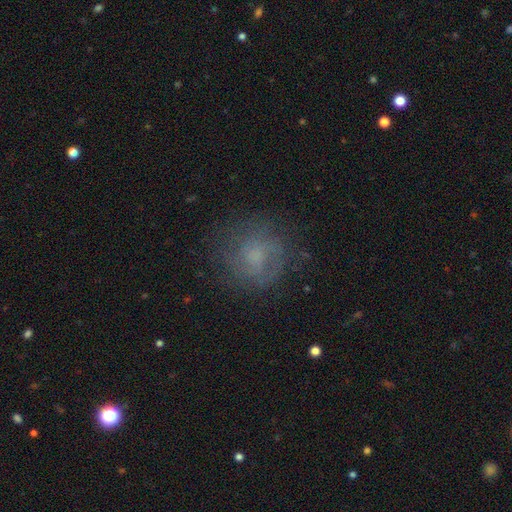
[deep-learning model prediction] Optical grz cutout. It shows a featured or disk galaxy (43%, tied with smooth). Merging: none (73%).